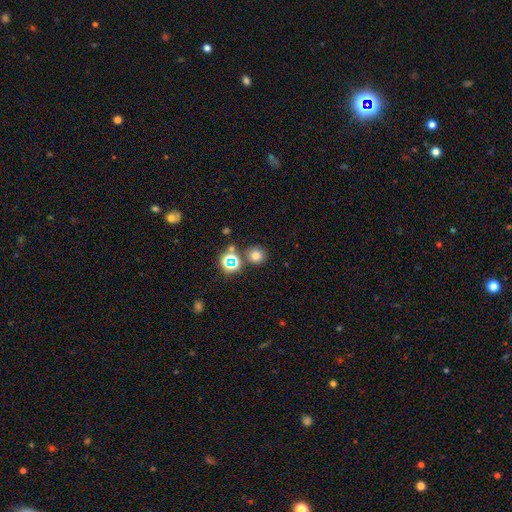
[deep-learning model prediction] Morphology: type=smooth (71%); roundness=round (91%); merging=none (80%).